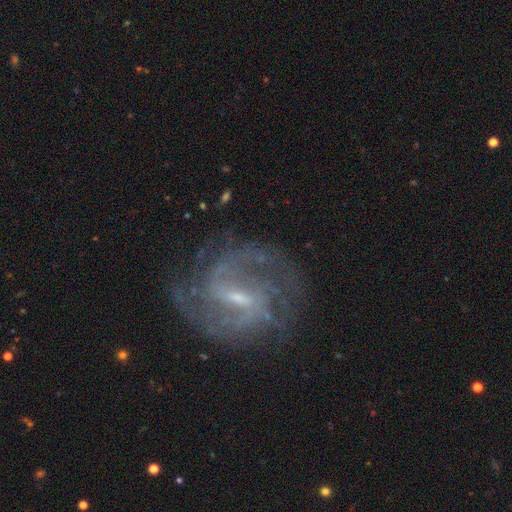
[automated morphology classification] Overall: featured or disk (88%). Edge-on disk: no (97%). Bar: weak (53%; strong 36%). Spiral arms: yes (97%). Spiral arm count: 2 (64%). Spiral winding: medium (52%; tight 31%). Bulge size: small (65%; moderate 26%). Merging: none (76%).